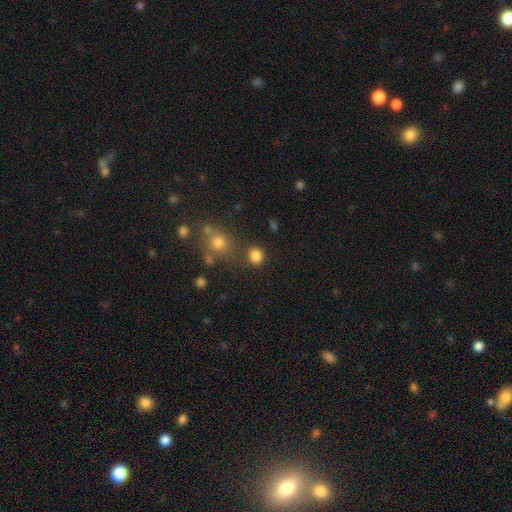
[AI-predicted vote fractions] A smooth galaxy with no disk features (82%) that is round (75%).

Vote fractions:
- Smooth or featured? smooth: 82% / star or artifact: 13% / featured or disk: 5%
- How rounded? round: 75% / in between: 24% / cigar-shaped: 1%
- Merging? none: 76% / minor disturbance: 10% / merger: 9% / major disturbance: 5%